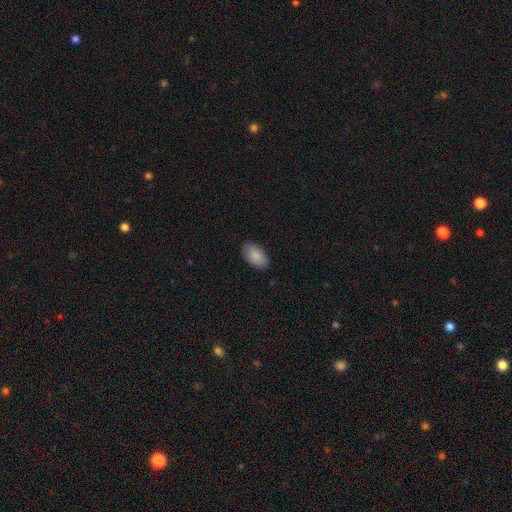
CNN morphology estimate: smooth-or-featured: smooth: 89% | star or artifact: 6% | featured or disk: 5%
  how-rounded: in between: 94% | round: 4% | cigar-shaped: 2%
  merging: none: 86% | minor disturbance: 11% | major disturbance: 2% | merger: 1%